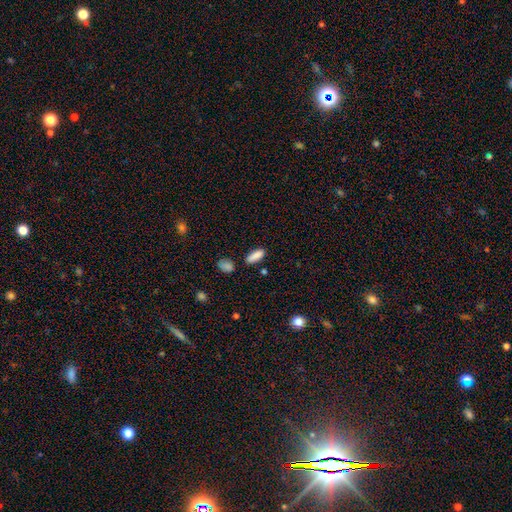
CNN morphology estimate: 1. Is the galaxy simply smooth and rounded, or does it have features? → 87% smooth, 8% star or artifact, 5% featured or disk.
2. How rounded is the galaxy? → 65% in between, 33% cigar-shaped, 3% round.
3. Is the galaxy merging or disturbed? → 80% none, 12% minor disturbance, 5% merger, 3% major disturbance.